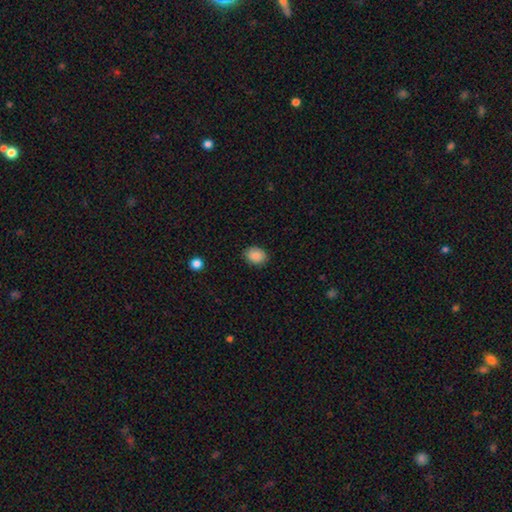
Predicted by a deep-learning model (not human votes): Morphology: type=smooth (88%); roundness=in between (56%); merging=none (87%).